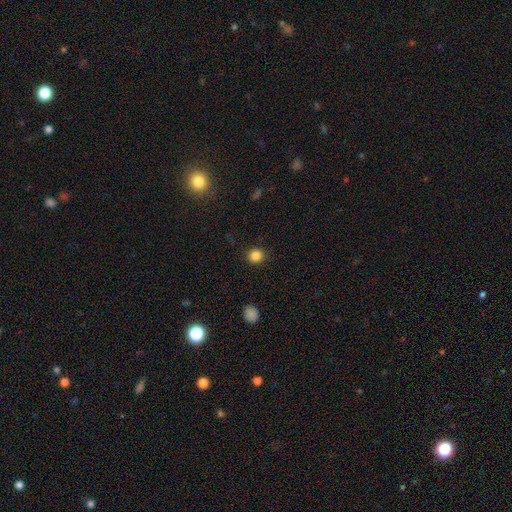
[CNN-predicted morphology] smooth 85%, star or artifact 12%, featured or disk 3%. Down the decision tree: how rounded — round (89%); merging — none (90%).